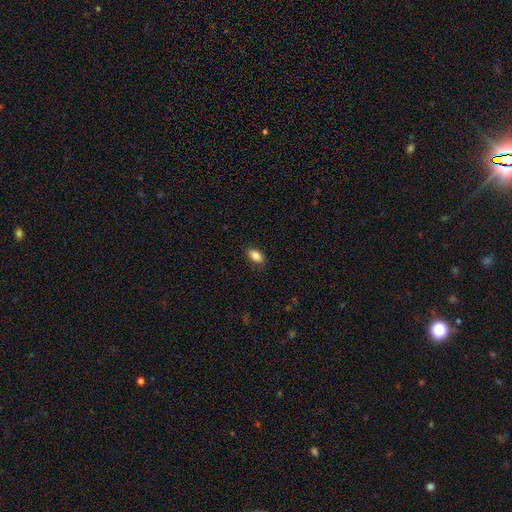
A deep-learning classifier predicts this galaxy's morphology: Smooth or featured?
  - smooth: 84% *
  - featured or disk: 9%
  - star or artifact: 8%
How rounded?
  - in between: 90% *
  - round: 5%
  - cigar-shaped: 5%
Merging?
  - none: 85% *
  - minor disturbance: 11%
  - major disturbance: 2%
  - merger: 1%